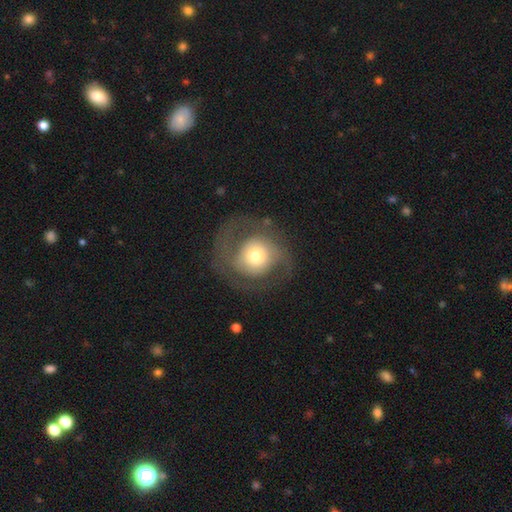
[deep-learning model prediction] smooth_or_featured: featured or disk (p=0.53) [alt: smooth p=0.39]
disk_edge_on: no (p=0.96) [alt: yes p=0.04]
bar: no (p=0.80) [alt: weak p=0.15]
has_spiral_arms: yes (p=0.63) [alt: no p=0.37]
bulge_size: moderate (p=0.57) [alt: large p=0.20]
merging: none (p=0.64) [alt: major disturbance p=0.20]